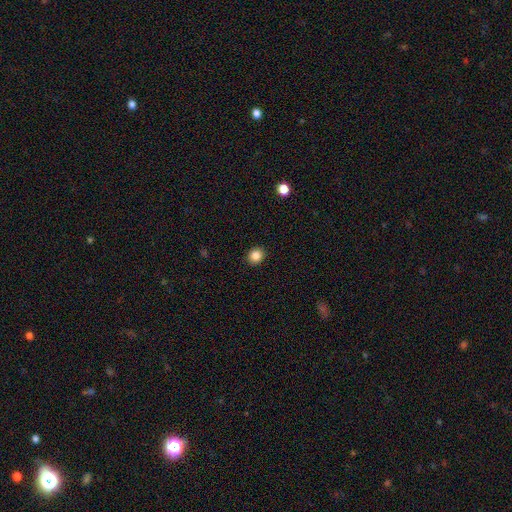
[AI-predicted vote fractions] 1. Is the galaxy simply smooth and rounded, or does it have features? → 85% smooth, 11% star or artifact, 4% featured or disk.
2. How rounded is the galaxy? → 77% round, 22% in between, 1% cigar-shaped.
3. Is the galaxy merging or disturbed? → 92% none, 6% minor disturbance, 2% major disturbance, 1% merger.